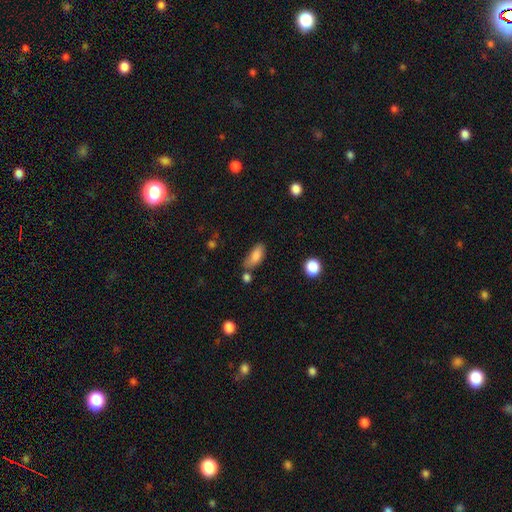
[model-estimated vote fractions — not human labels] Smooth or featured? Predicted: smooth (p=0.82). How rounded? Predicted: in between (p=0.84). Merging? Predicted: none (p=0.52).